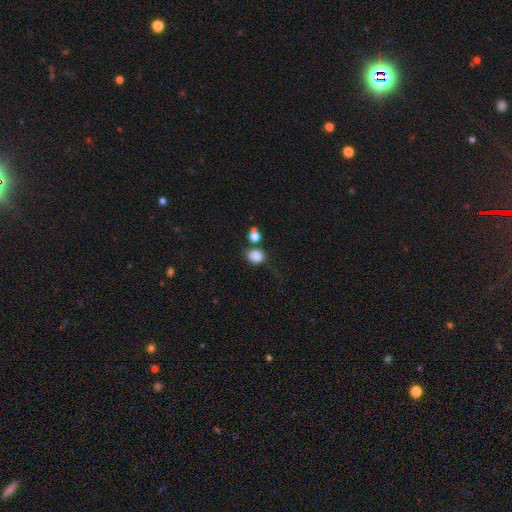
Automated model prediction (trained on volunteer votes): smooth-or-featured: smooth: 83% | star or artifact: 12% | featured or disk: 5%
  how-rounded: round: 64% | in between: 34% | cigar-shaped: 1%
  merging: none: 61% | minor disturbance: 17% | merger: 14% | major disturbance: 8%